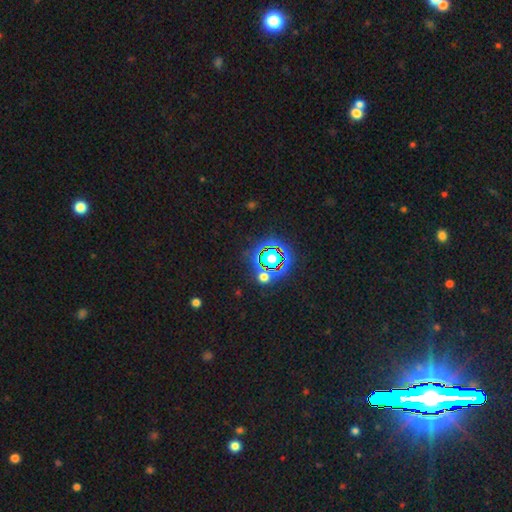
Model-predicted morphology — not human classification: The model was most divided on "smooth or featured": star or artifact: 81%, smooth: 10%, featured or disk: 8%.